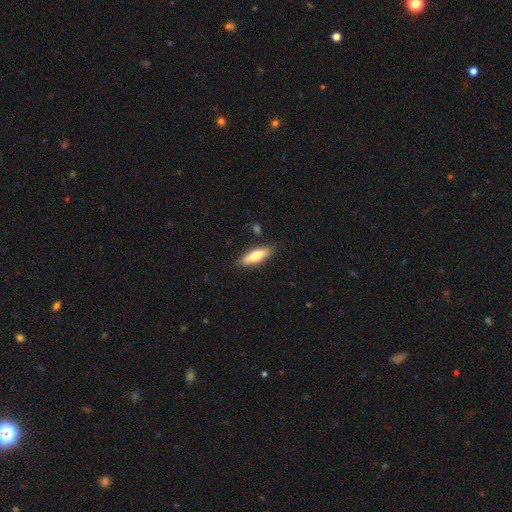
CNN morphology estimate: This appears to be a smooth galaxy with no disk features (72%) that is cigar-shaped (49%, tied with in between). Merging: none (85%).